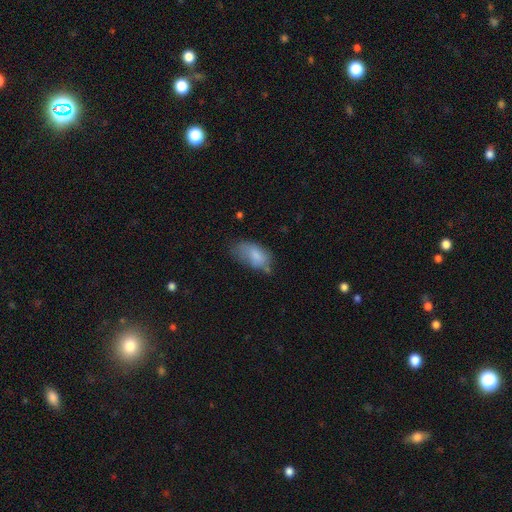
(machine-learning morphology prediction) A smooth galaxy with no disk features (76%) that is in between round and cigar-shaped (92%).

Vote fractions:
- Smooth or featured? smooth: 76% / featured or disk: 16% / star or artifact: 8%
- How rounded? in between: 92% / cigar-shaped: 4% / round: 4%
- Merging? none: 39% / minor disturbance: 36% / major disturbance: 19% / merger: 6%